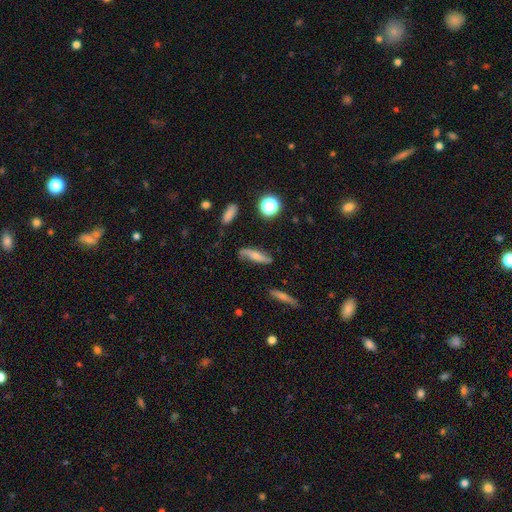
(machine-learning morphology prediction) Smooth or featured? smooth (45%)
Merging? none (65%)